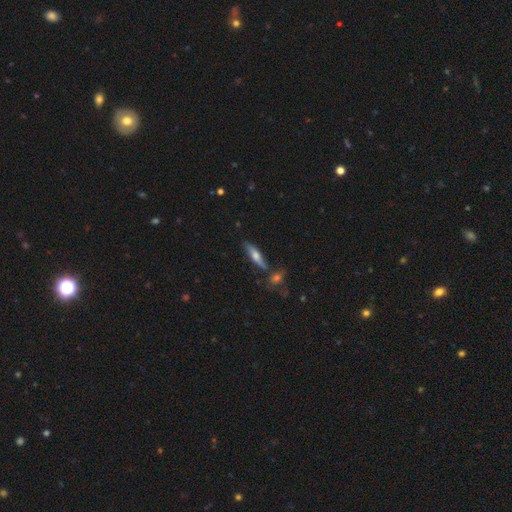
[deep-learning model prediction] Smooth or featured: featured or disk — 50% (smooth — 43%)
Merging: none — 74% (minor disturbance — 14%)